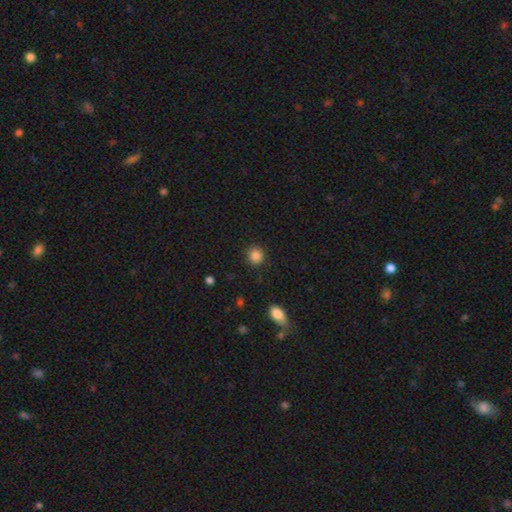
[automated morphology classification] This appears to be a smooth galaxy with no disk features (87%) that is round (88%). Merging: none (90%).